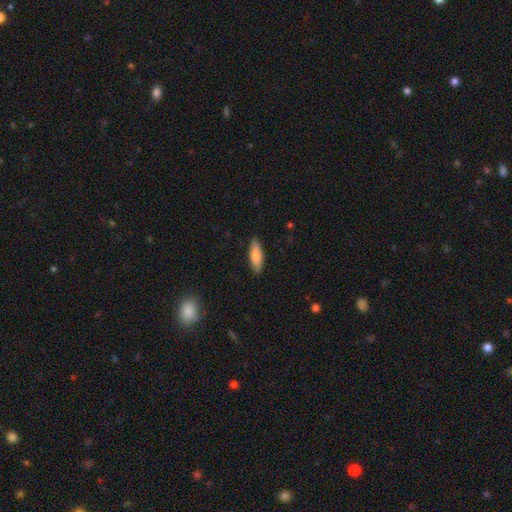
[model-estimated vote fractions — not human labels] Smooth or featured? smooth (80%)
How rounded? cigar-shaped (51%)
Merging? none (87%)